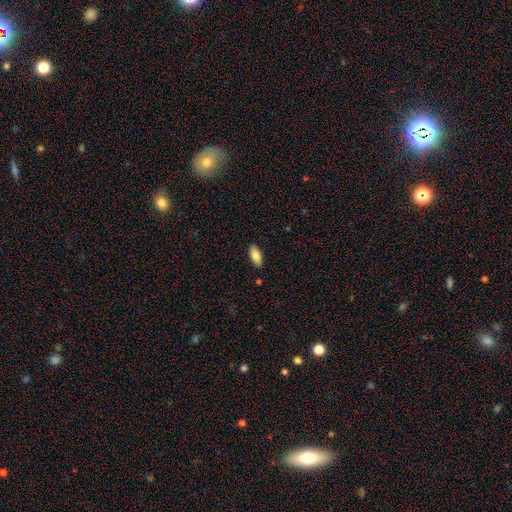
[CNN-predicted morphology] Smooth or featured? Predicted: smooth (p=0.83). How rounded? Predicted: in between (p=0.85). Merging? Predicted: none (p=0.88).